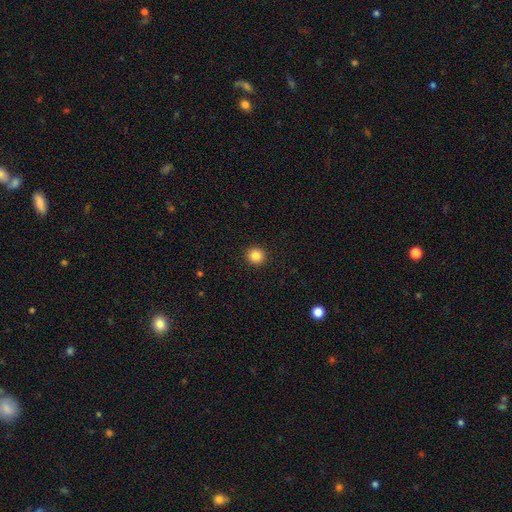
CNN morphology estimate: Smooth or featured? smooth (85%)
How rounded? round (93%)
Merging? none (93%)